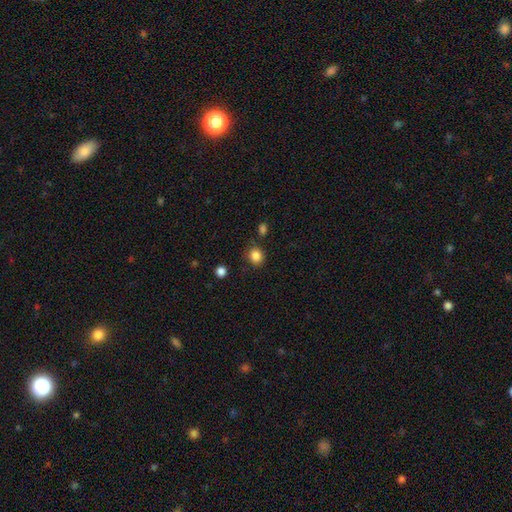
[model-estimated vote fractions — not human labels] Smooth or featured: smooth — 85% (star or artifact — 11%)
How rounded: round — 80% (in between — 19%)
Merging: none — 82% (minor disturbance — 11%)